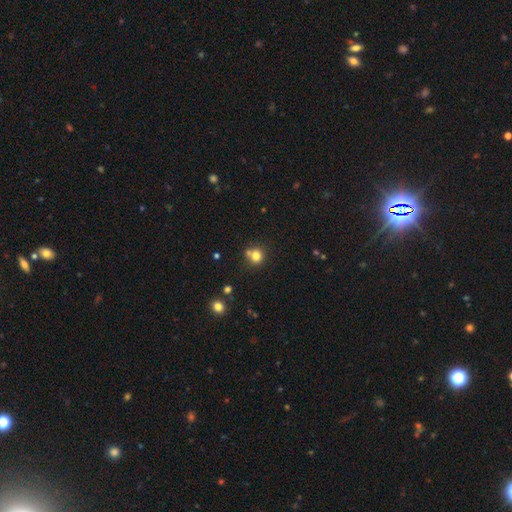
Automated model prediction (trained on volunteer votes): Smooth or featured? Predicted: smooth (p=0.78). How rounded? Predicted: round (p=0.85). Merging? Predicted: none (p=0.60).